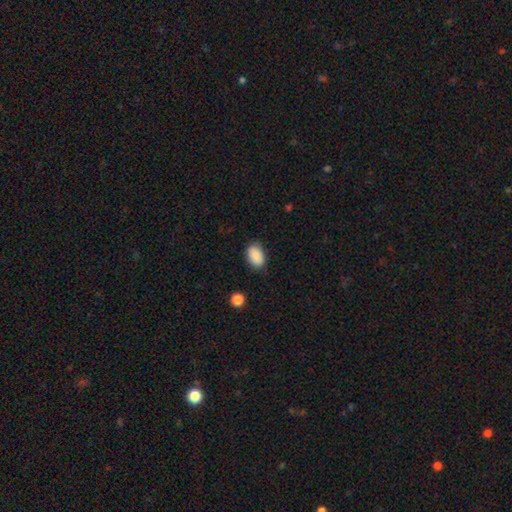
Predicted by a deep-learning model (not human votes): Smooth or featured? smooth (88%)
How rounded? in between (90%)
Merging? none (82%)